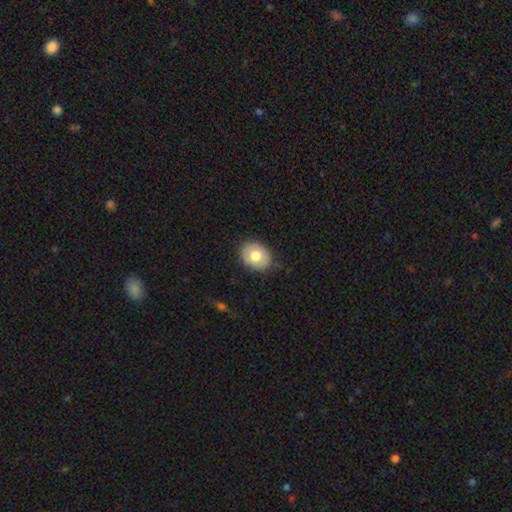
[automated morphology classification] This is likely a smooth galaxy (75%). How rounded: possibly in between (59%). Merging: clearly none (85%).